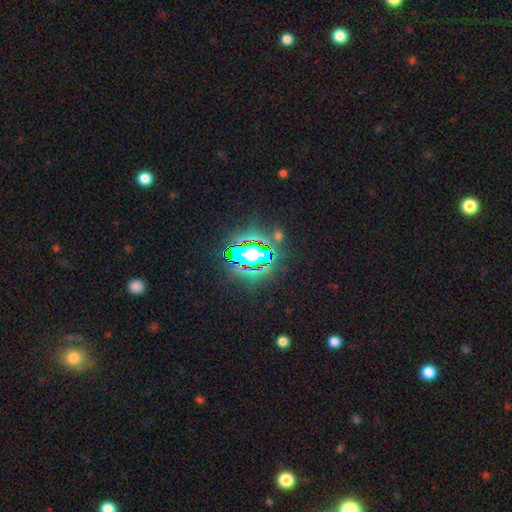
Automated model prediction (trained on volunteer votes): Smooth or featured?
  - star or artifact: 75% *
  - smooth: 14%
  - featured or disk: 11%